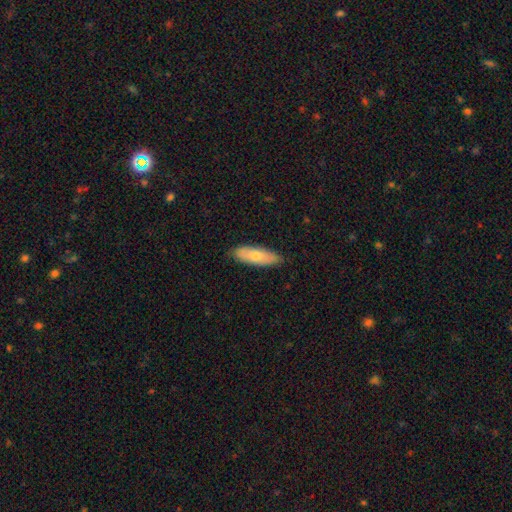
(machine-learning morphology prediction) smooth-or-featured: smooth: 70% | featured or disk: 24% | star or artifact: 6%
  how-rounded: in between: 54% | cigar-shaped: 44% | round: 2%
  merging: none: 85% | minor disturbance: 12% | major disturbance: 2% | merger: 1%